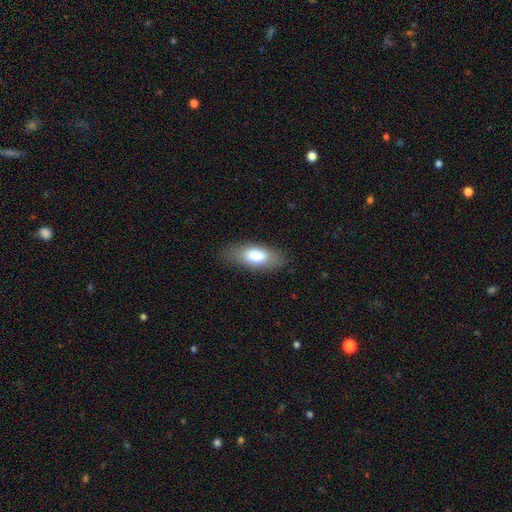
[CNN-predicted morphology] type=smooth (77%); roundness=in between (83%); merging=none (81%).